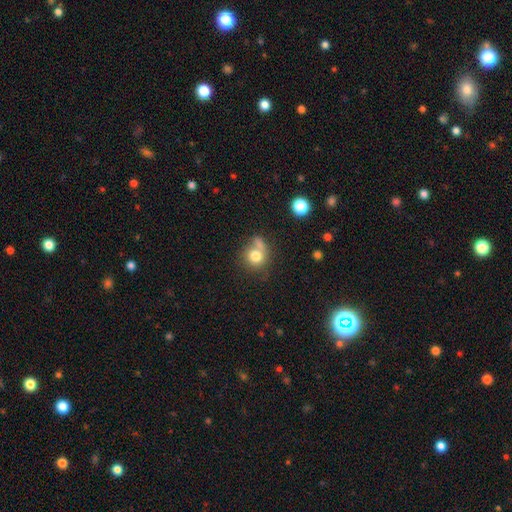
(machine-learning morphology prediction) A smooth galaxy with no disk features (77%) that is round (80%). Merging: none (44%).